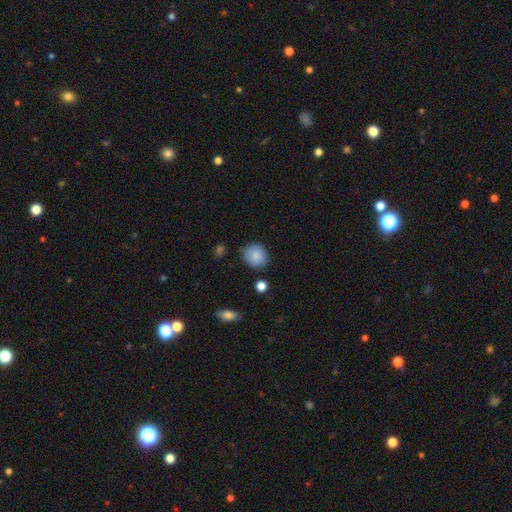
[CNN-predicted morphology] smooth-or-featured: smooth: 86% | star or artifact: 8% | featured or disk: 6%
  how-rounded: round: 83% | in between: 16% | cigar-shaped: 1%
  merging: none: 81% | minor disturbance: 13% | major disturbance: 3% | merger: 2%